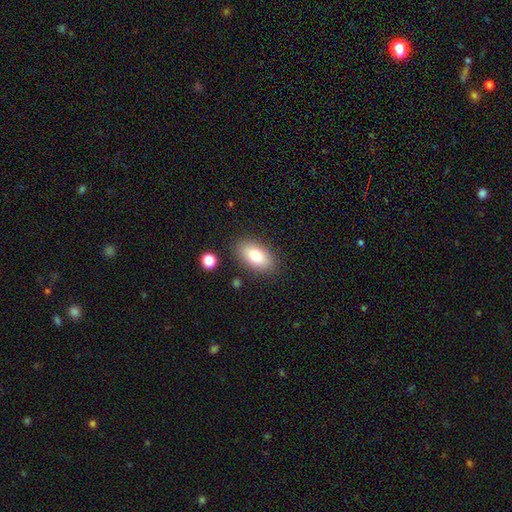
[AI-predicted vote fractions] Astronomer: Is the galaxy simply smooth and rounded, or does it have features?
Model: smooth — 79%.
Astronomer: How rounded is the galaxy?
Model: in between — 92%.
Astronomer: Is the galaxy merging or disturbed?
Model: none — 85%.